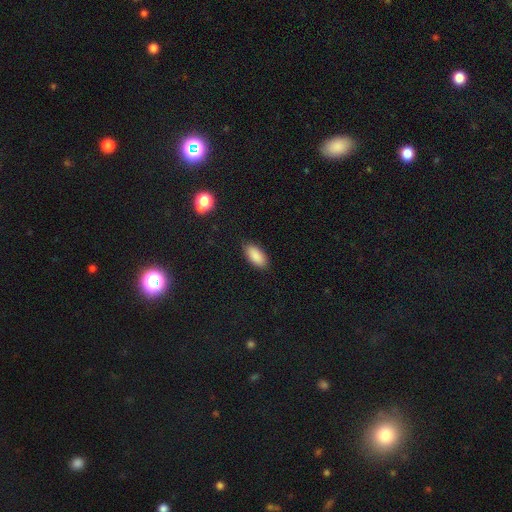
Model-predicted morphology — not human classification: A smooth galaxy with no disk features (89%) that is in between round and cigar-shaped (91%).

Vote fractions:
- Smooth or featured? smooth: 89% / star or artifact: 7% / featured or disk: 4%
- How rounded? in between: 91% / cigar-shaped: 7% / round: 2%
- Merging? none: 86% / minor disturbance: 11% / major disturbance: 2% / merger: 1%